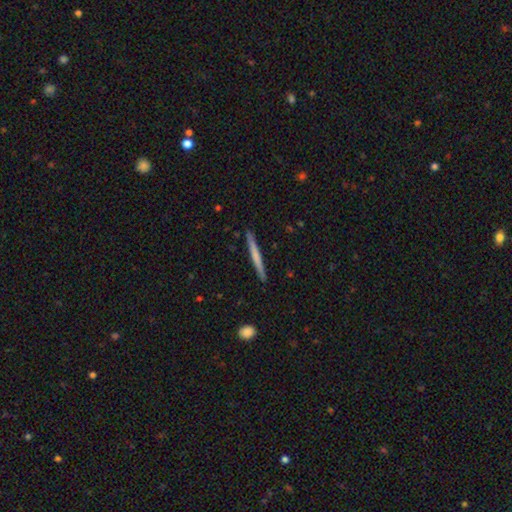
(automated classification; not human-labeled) Morphology: type=smooth (58%); roundness=cigar-shaped (97%); merging=none (92%).